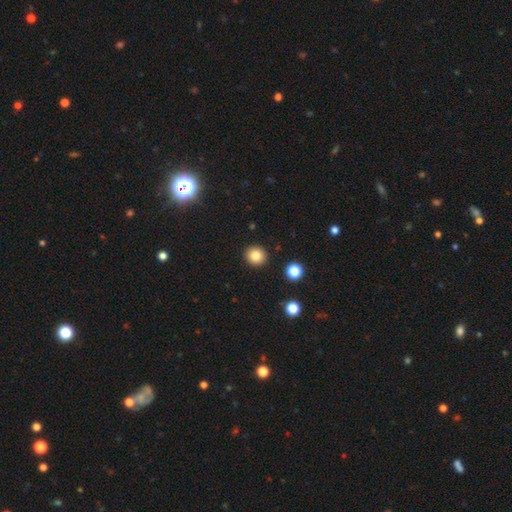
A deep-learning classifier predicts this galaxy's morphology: smooth-or-featured: smooth: 83% | star or artifact: 11% | featured or disk: 6%
  how-rounded: round: 91% | in between: 8% | cigar-shaped: 1%
  merging: none: 92% | minor disturbance: 5% | major disturbance: 2% | merger: 2%